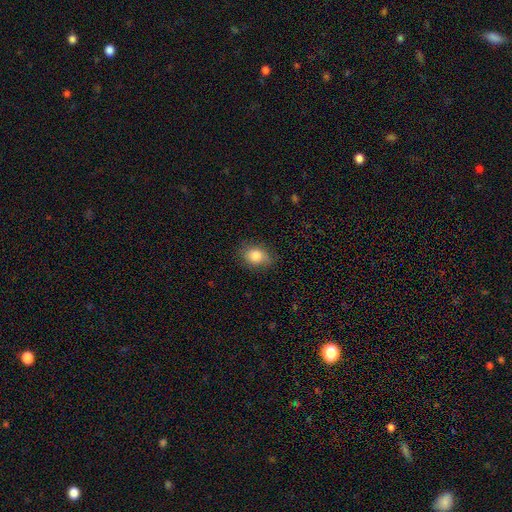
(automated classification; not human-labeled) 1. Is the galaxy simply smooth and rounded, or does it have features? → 82% smooth, 9% star or artifact, 9% featured or disk.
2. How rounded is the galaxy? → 64% in between, 35% round, 1% cigar-shaped.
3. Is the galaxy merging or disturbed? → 76% none, 19% minor disturbance, 4% major disturbance, 1% merger.